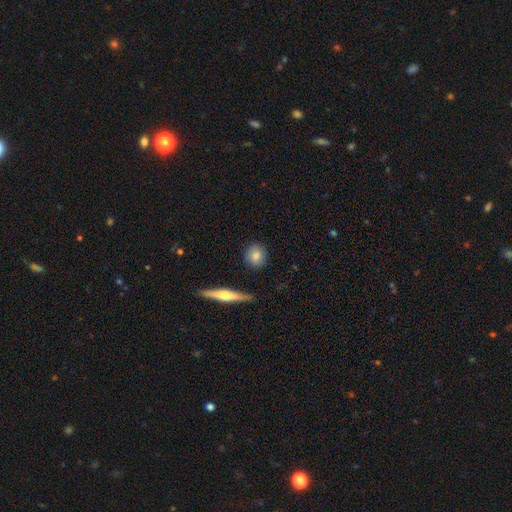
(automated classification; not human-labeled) Smooth or featured? smooth (80%)
How rounded? round (80%)
Merging? none (88%)